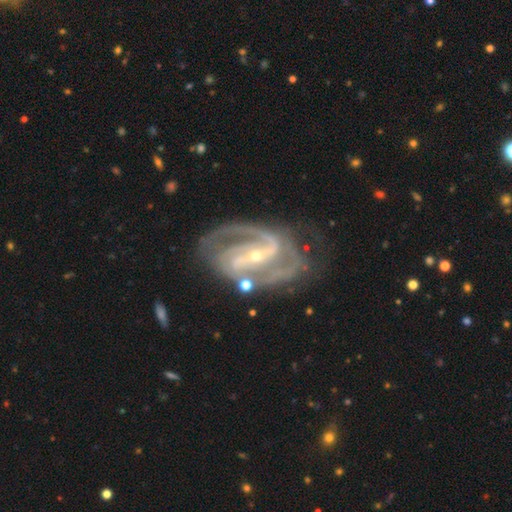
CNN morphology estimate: A featured or disk galaxy (92%) with a strong bar (59%), 2 (79%) medium (52%) spiral arms (98%) and a small central bulge (75%).

Vote fractions:
- Smooth or featured? featured or disk: 92% / star or artifact: 5% / smooth: 3%
- Edge-on disk? no: 97% / yes: 3%
- Bar? strong: 59% / weak: 27% / no: 14%
- Spiral arms? yes: 98% / no: 2%
- Spiral winding? medium: 52% / tight: 37% / loose: 11%
- Spiral arm count? 2: 79% / 3: 9% / can't tell: 6% / 1: 3% / 4: 2% / more than 4: 2%
- Bulge size? small: 75% / moderate: 21% / none: 1% / large: 1% / dominant: 1%
- Merging? none: 64% / minor disturbance: 20% / major disturbance: 12% / merger: 5%